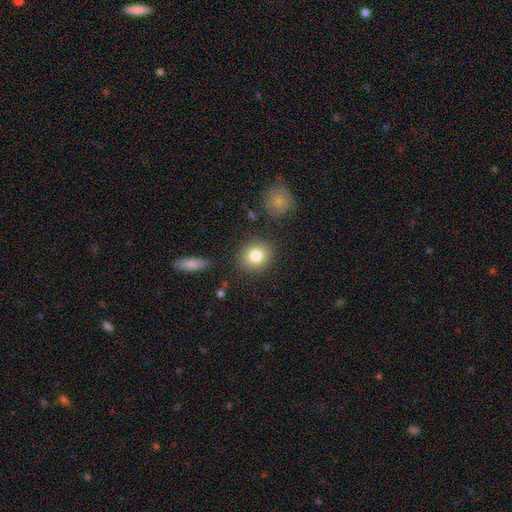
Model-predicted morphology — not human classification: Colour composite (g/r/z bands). It shows a smooth galaxy with no disk features (82%) that is round (80%). Merging: none (85%).